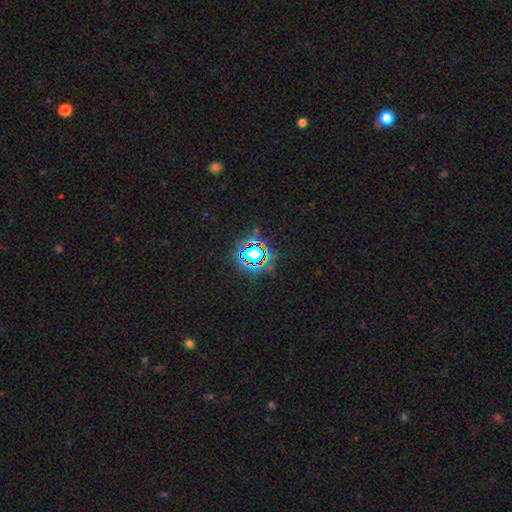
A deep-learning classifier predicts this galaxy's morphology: Q: Smooth or featured?
A: star or artifact (70%); runner-up: smooth (18%)